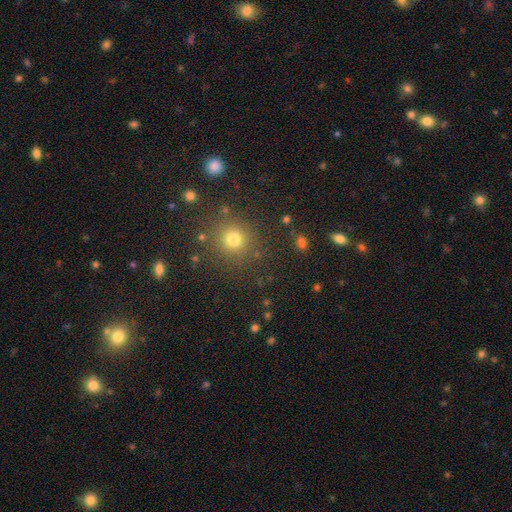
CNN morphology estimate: Smooth or featured? Predicted: smooth (p=0.58). How rounded? Predicted: round (p=0.92). Merging? Predicted: none (p=0.86).